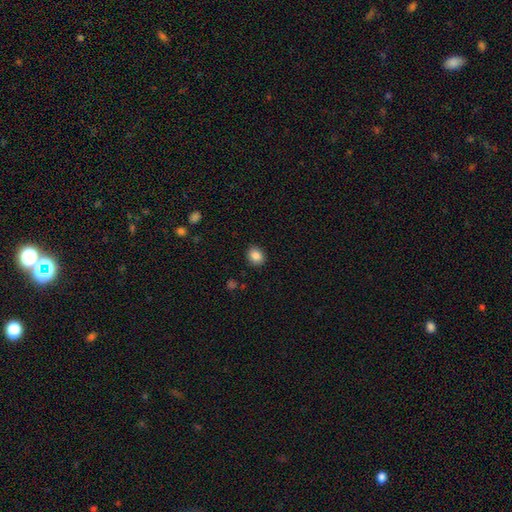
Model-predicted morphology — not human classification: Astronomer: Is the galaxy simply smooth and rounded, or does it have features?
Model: smooth — 86%.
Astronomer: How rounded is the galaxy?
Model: round — 66%.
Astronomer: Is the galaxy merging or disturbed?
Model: none — 89%.